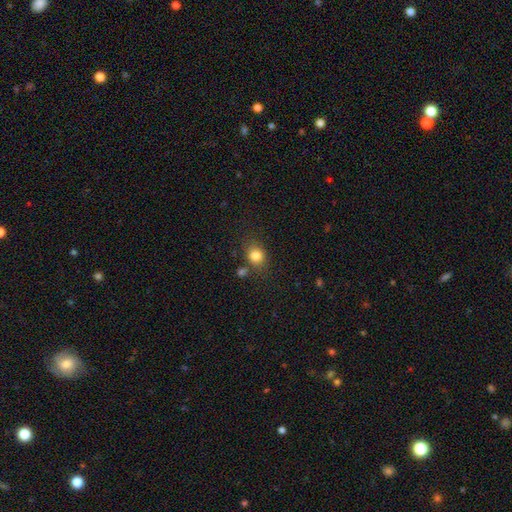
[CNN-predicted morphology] This is clearly a smooth galaxy (82%). How rounded: possibly round (58%). Merging: likely none (71%).